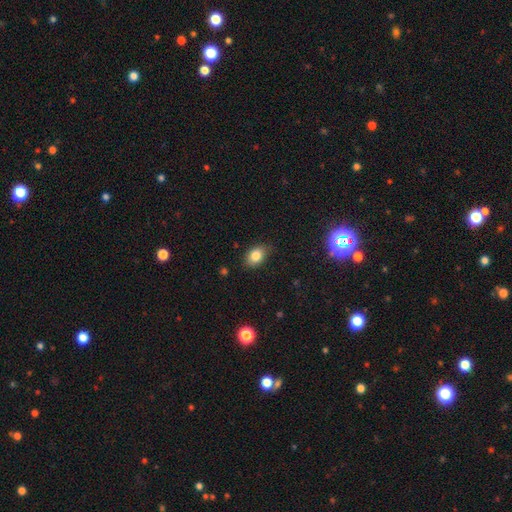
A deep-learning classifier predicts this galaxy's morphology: Smooth or featured? smooth (83%)
How rounded? in between (77%)
Merging? none (80%)